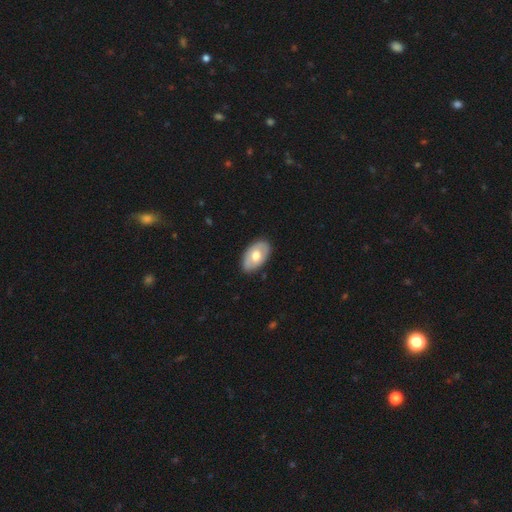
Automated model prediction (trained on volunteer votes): smooth-or-featured: smooth: 57% | featured or disk: 38% | star or artifact: 5%
  how-rounded: in between: 92% | round: 6% | cigar-shaped: 1%
  merging: none: 84% | minor disturbance: 13% | major disturbance: 2% | merger: 1%